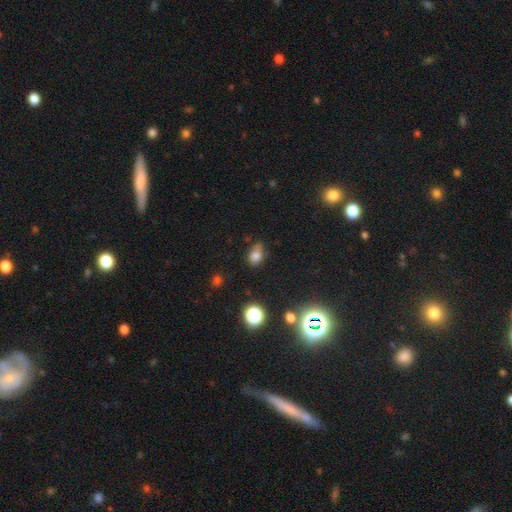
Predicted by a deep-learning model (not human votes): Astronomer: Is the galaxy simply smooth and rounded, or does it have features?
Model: smooth — 75%.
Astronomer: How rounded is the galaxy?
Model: in between — 73%.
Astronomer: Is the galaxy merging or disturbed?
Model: none — 52% (runner-up: minor disturbance, 34%).